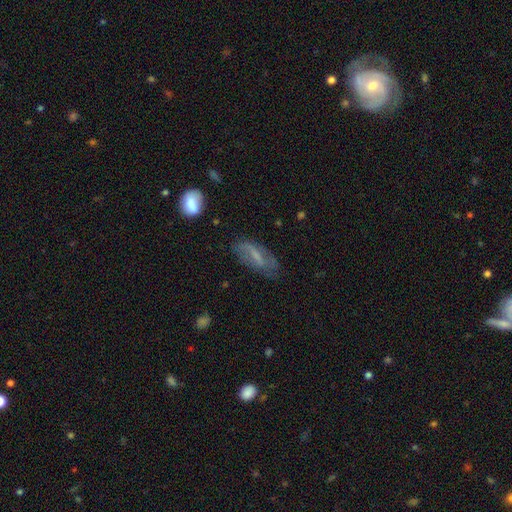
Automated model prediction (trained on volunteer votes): A smooth galaxy with no disk features (46%). Merging: none (64%).